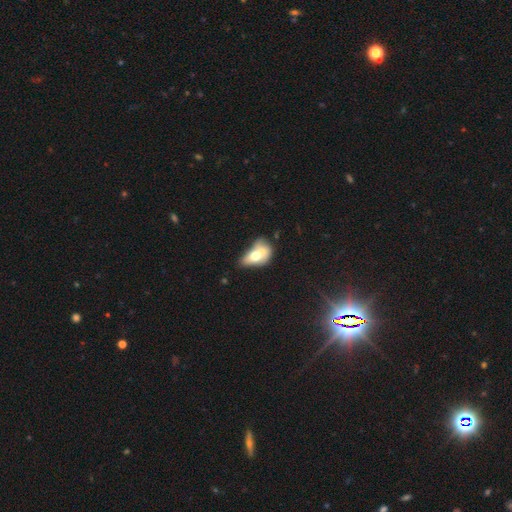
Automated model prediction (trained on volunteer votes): This appears to be a smooth galaxy with no disk features (60%) that is in between round and cigar-shaped (83%). Merging: merger (37%).